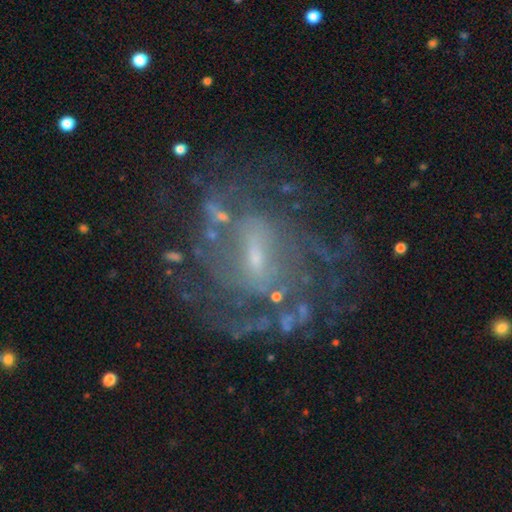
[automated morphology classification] The model was most divided on "spiral winding": tight: 48%, medium: 37%, loose: 15%. Remaining: edge-on disk — no (97%); spiral arms — yes (84%); smooth or featured — featured or disk (81%); bulge size — small (67%); merging — none (66%); bar — weak (52%); spiral arm count — can't tell (48%).